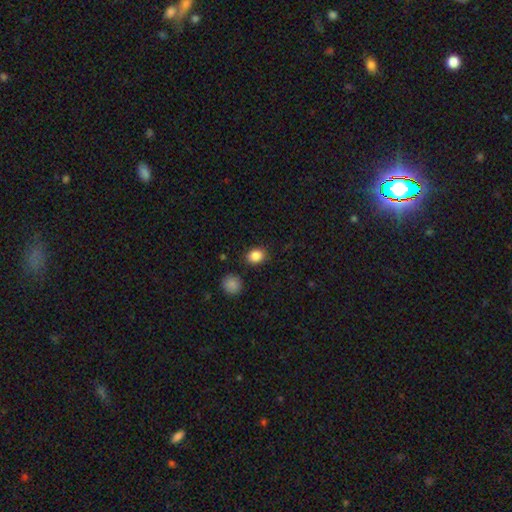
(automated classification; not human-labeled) This appears to be a smooth galaxy with no disk features (86%) that is in between round and cigar-shaped (52%). Merging: none (85%).